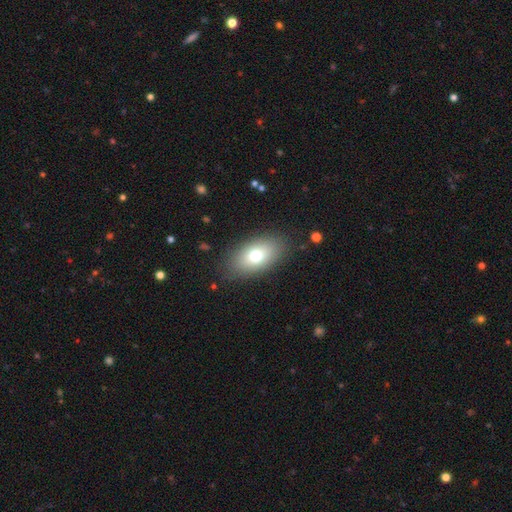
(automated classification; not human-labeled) Morphology: type=smooth (72%); roundness=in between (89%); merging=none (85%).